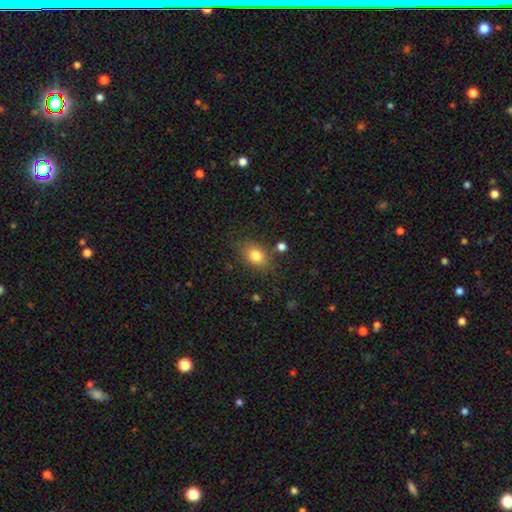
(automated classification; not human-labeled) smooth-or-featured: smooth: 81% | star or artifact: 10% | featured or disk: 9%
  how-rounded: in between: 70% | round: 28% | cigar-shaped: 2%
  merging: none: 77% | minor disturbance: 14% | major disturbance: 4% | merger: 4%